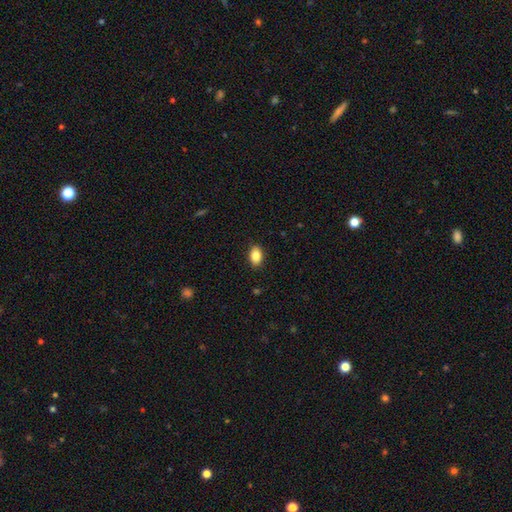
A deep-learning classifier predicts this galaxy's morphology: A smooth galaxy with no disk features (86%) that is in between round and cigar-shaped (88%).

Vote fractions:
- Smooth or featured? smooth: 86% / star or artifact: 8% / featured or disk: 6%
- How rounded? in between: 88% / round: 10% / cigar-shaped: 2%
- Merging? none: 89% / minor disturbance: 8% / major disturbance: 2% / merger: 1%